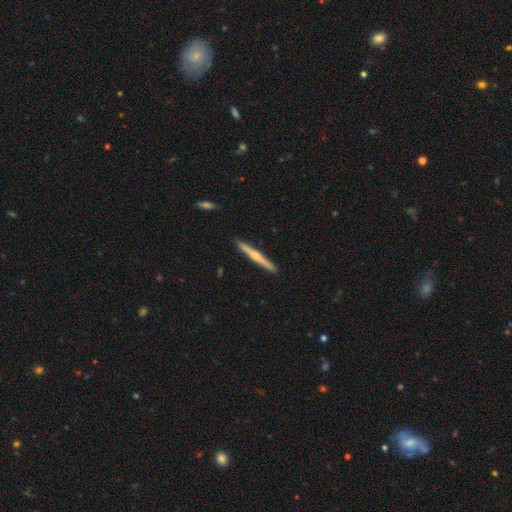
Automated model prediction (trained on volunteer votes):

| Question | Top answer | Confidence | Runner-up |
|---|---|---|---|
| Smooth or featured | featured or disk | 59% | smooth (36%) |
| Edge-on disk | yes | 98% | no (2%) |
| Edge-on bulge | rounded | 76% | none (19%) |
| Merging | none | 92% | minor disturbance (6%) |